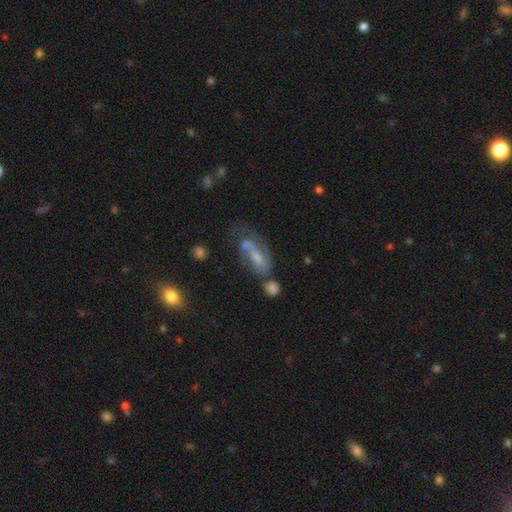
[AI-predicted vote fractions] Q: Smooth or featured?
A: featured or disk (56%); runner-up: smooth (32%)
Q: Edge-on disk?
A: no (85%); runner-up: yes (15%)
Q: Merging?
A: none (36%); runner-up: major disturbance (23%)